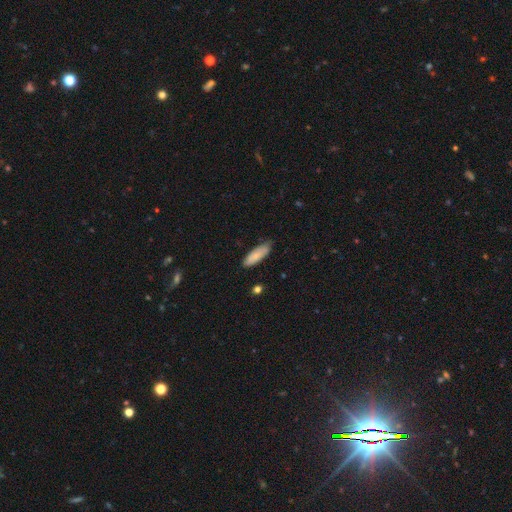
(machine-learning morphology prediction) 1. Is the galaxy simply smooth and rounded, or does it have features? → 80% smooth, 14% featured or disk, 6% star or artifact.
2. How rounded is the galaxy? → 59% in between, 39% cigar-shaped, 2% round.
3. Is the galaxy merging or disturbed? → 77% none, 19% minor disturbance, 3% major disturbance, 1% merger.